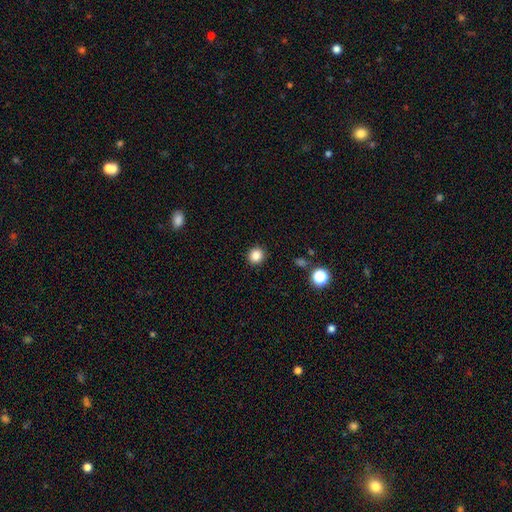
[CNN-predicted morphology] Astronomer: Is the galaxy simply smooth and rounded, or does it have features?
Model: smooth — 84%.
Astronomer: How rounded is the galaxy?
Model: round — 86%.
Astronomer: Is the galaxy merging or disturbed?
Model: none — 91%.